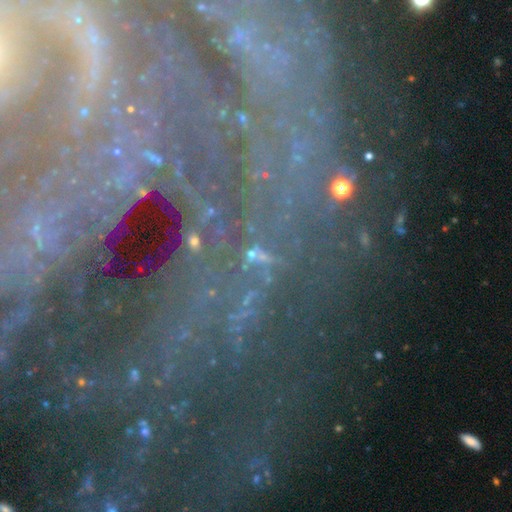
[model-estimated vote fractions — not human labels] Morphology: type=star or artifact (65%).